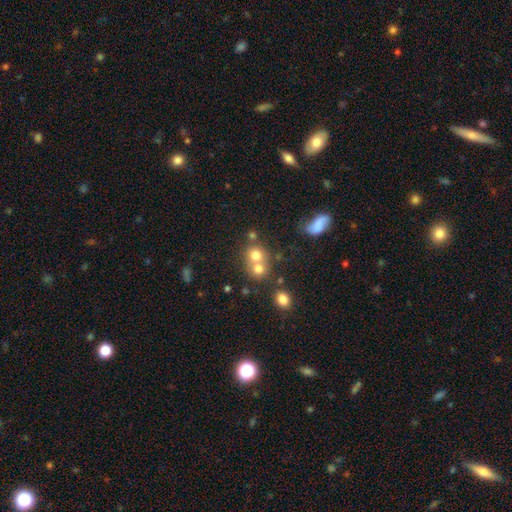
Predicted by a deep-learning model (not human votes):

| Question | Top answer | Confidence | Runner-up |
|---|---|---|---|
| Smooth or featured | smooth | 73% | featured or disk (14%) |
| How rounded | round | 81% | in between (18%) |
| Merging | merger | 53% | none (38%) |